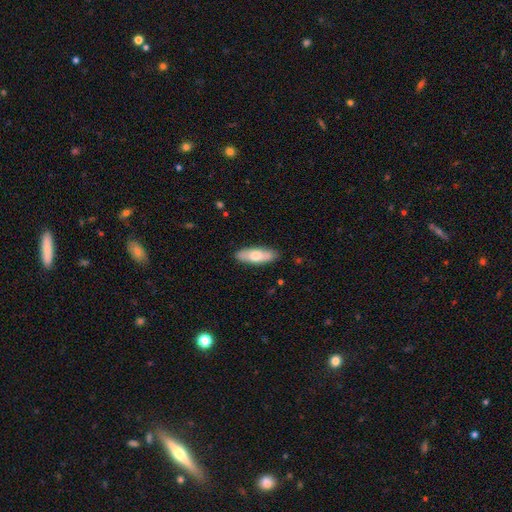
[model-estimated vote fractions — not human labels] The model was most divided on "how rounded": in between: 65%, cigar-shaped: 33%, round: 2%. More confident: merging — none (86%); smooth or featured — smooth (67%).